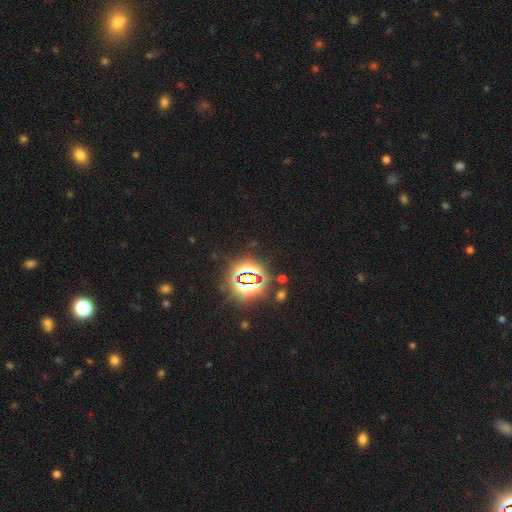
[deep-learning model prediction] smooth_or_featured: star or artifact (p=0.82) [alt: smooth p=0.12]